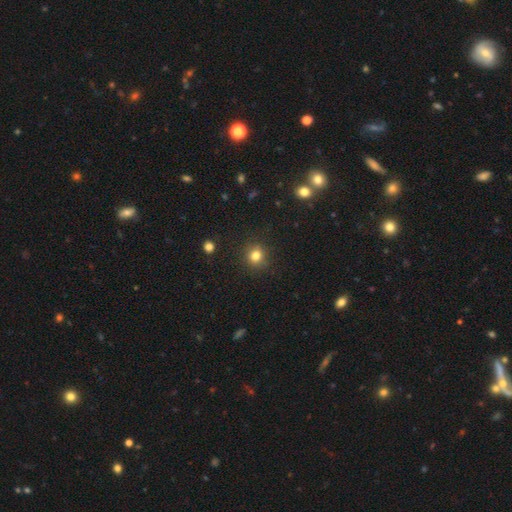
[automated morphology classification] type=smooth (81%); roundness=round (88%); merging=none (90%).